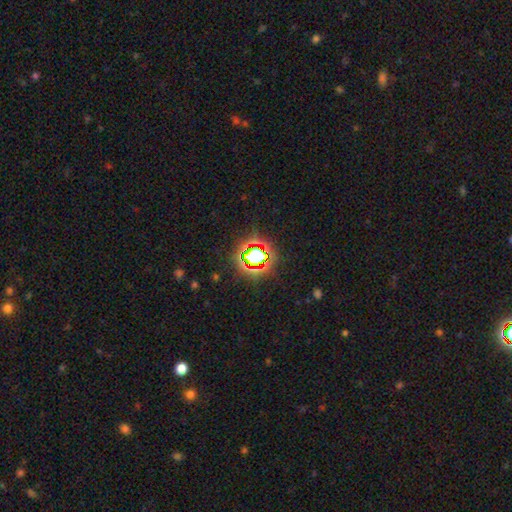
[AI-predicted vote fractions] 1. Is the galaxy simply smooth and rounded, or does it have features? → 69% star or artifact, 19% smooth, 11% featured or disk.